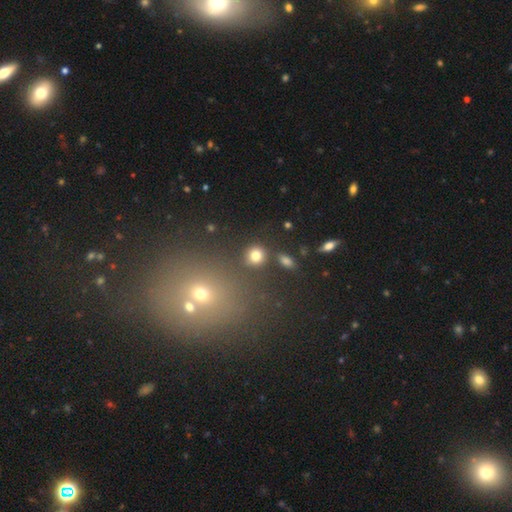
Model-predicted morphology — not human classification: smooth 81%, star or artifact 13%, featured or disk 7%. Down the decision tree: how rounded — round (86%); merging — none (83%).